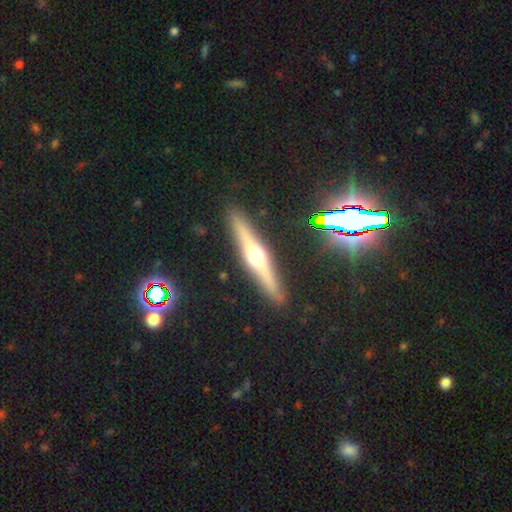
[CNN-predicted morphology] Q: Smooth or featured?
A: featured or disk (69%); runner-up: smooth (23%)
Q: Edge-on disk?
A: yes (97%); runner-up: no (3%)
Q: Edge-on bulge?
A: rounded (93%); runner-up: boxy (4%)
Q: Merging?
A: none (90%); runner-up: minor disturbance (7%)